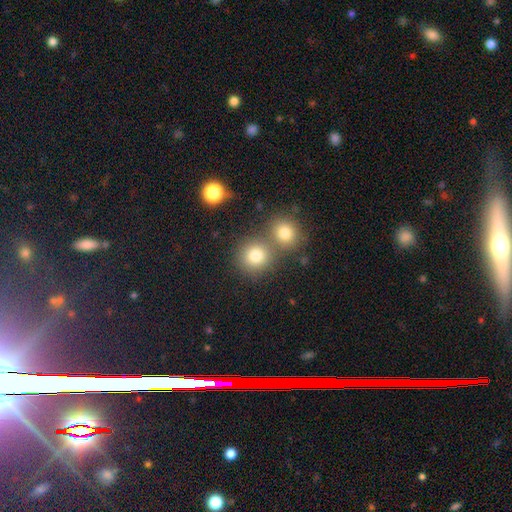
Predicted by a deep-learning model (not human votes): This appears to be a smooth galaxy with no disk features (80%) that is round (89%). Merging: none (59%).